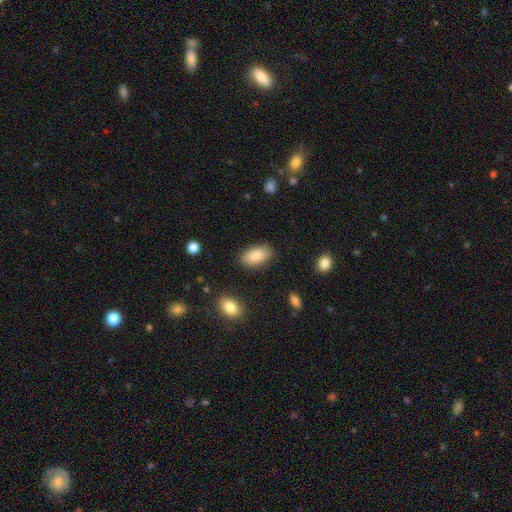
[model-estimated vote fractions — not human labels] Smooth or featured? Predicted: smooth (p=0.83). How rounded? Predicted: in between (p=0.93). Merging? Predicted: none (p=0.84).